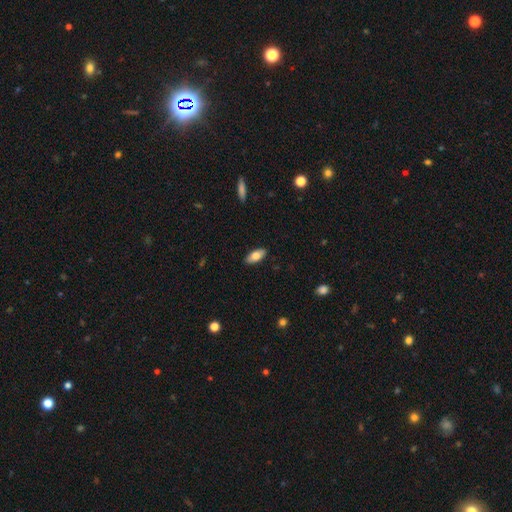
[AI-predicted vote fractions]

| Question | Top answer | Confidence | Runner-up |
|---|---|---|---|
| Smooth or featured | smooth | 75% | featured or disk (19%) |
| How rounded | in between | 86% | cigar-shaped (11%) |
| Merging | none | 89% | minor disturbance (8%) |